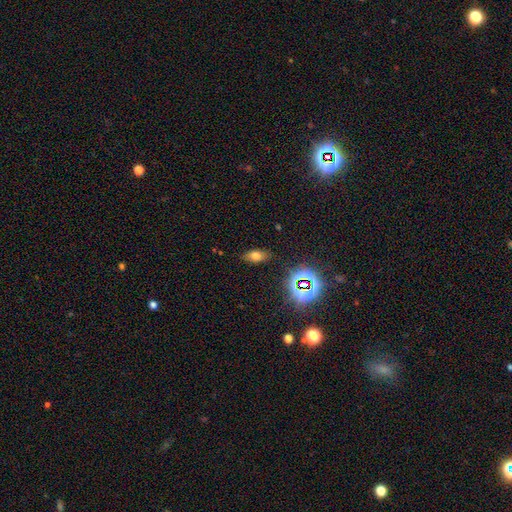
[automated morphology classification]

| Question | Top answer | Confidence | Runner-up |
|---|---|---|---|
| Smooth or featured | smooth | 66% | star or artifact (21%) |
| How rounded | in between | 83% | round (8%) |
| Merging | none | 83% | minor disturbance (12%) |